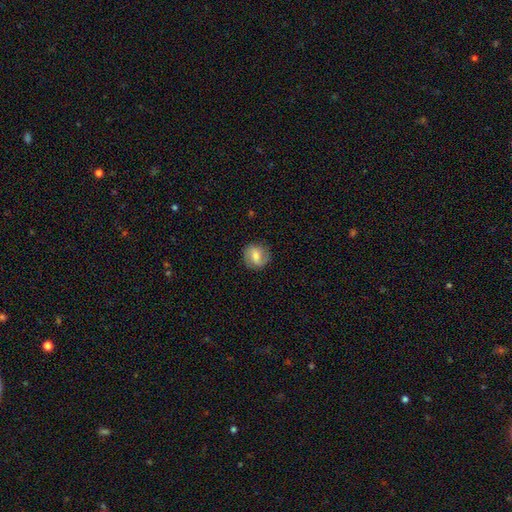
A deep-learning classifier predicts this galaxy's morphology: The model was most divided on "smooth or featured": smooth: 56%, featured or disk: 36%, star or artifact: 8%. More confident: merging — none (83%); how rounded — round (83%).